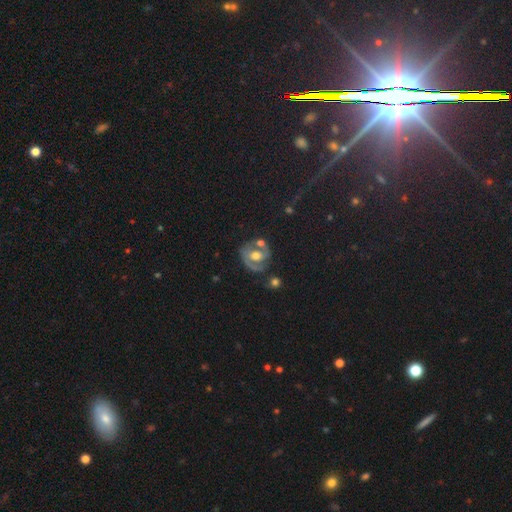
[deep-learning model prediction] Morphology: type=featured or disk (71%); edge-on=no (97%); bar=no (51%); spiral arms=yes (72%); bulge=moderate (72%); merging=none (54%).